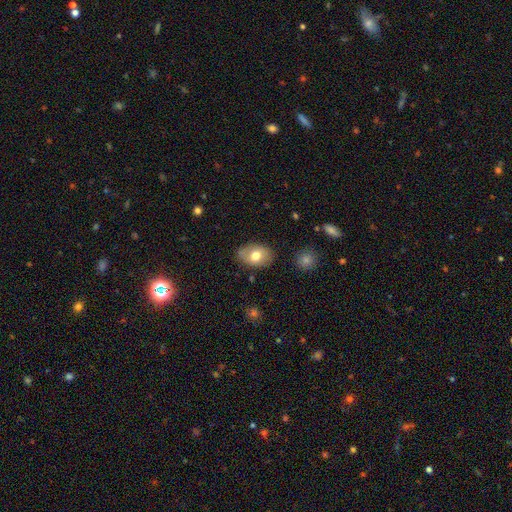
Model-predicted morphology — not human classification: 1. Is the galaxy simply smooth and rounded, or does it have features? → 71% smooth, 21% featured or disk, 7% star or artifact.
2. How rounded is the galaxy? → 82% in between, 16% round, 1% cigar-shaped.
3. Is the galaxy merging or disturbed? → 80% none, 15% minor disturbance, 3% major disturbance, 2% merger.